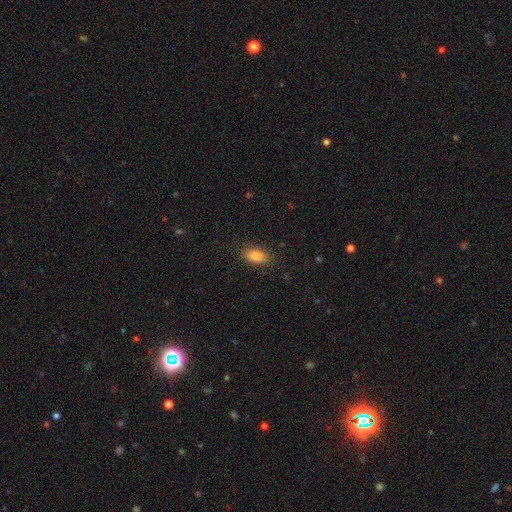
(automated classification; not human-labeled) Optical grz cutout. It shows a smooth galaxy with no disk features (84%) that is in between round and cigar-shaped (90%). Merging: none (85%).